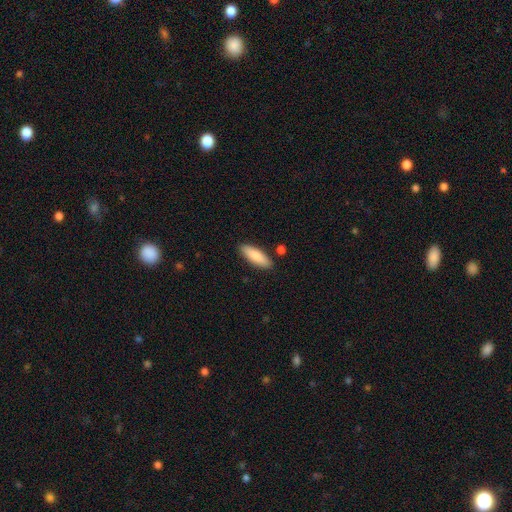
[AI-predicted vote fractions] Smooth or featured?
  - smooth: 85% *
  - featured or disk: 9%
  - star or artifact: 6%
How rounded?
  - in between: 58% *
  - cigar-shaped: 41%
  - round: 2%
Merging?
  - none: 86% *
  - minor disturbance: 9%
  - merger: 3%
  - major disturbance: 2%